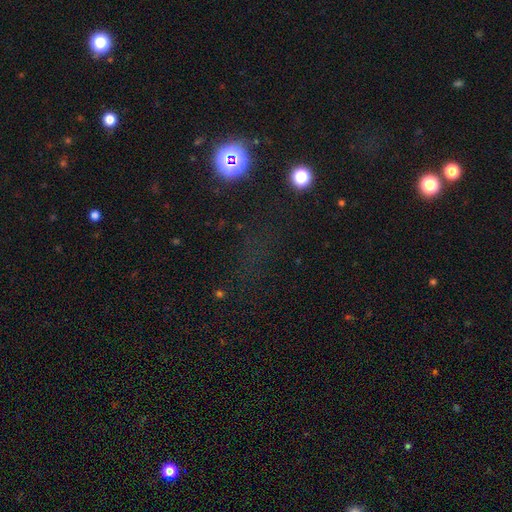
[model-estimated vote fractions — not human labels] This is likely a star or artifact rather than a galaxy (66%).